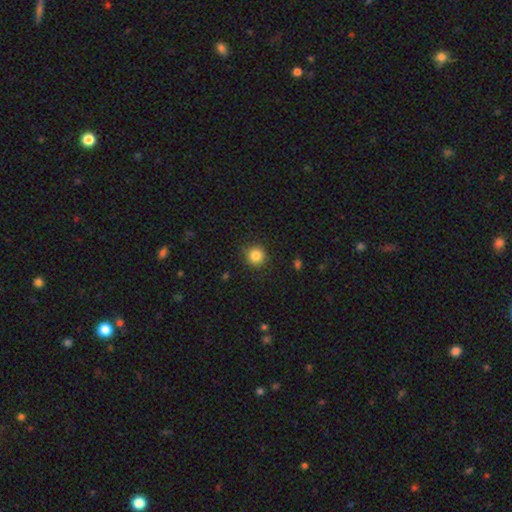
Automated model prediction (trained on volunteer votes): This is clearly a smooth galaxy (84%). How rounded: clearly round (93%). Merging: clearly none (89%).